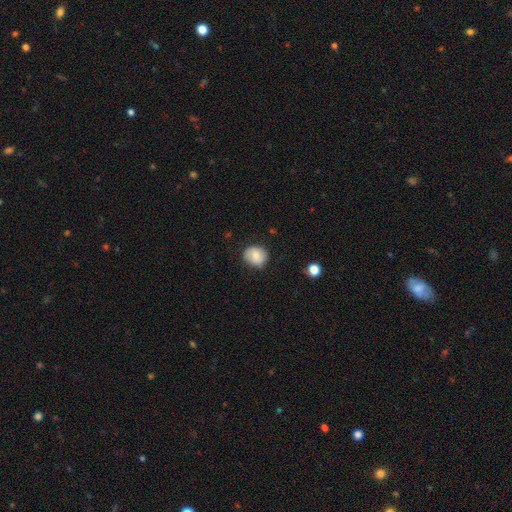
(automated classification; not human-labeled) Smooth or featured? Predicted: smooth (p=0.78). How rounded? Predicted: round (p=0.77). Merging? Predicted: none (p=0.79).